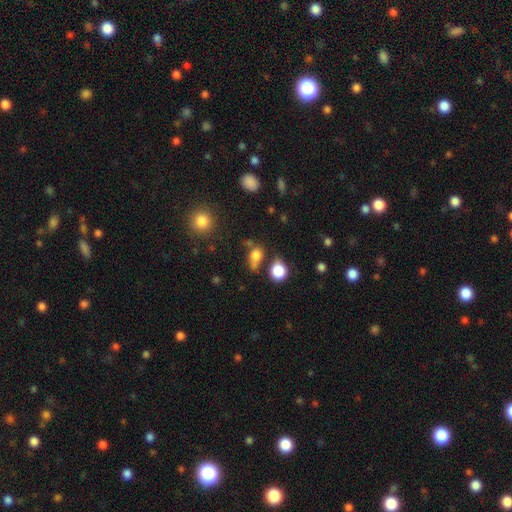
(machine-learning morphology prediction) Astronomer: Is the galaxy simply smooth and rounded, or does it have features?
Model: smooth — 76%.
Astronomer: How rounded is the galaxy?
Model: in between — 56% (runner-up: round, 41%).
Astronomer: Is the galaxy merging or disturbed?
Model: none — 47% (runner-up: merger, 24%).